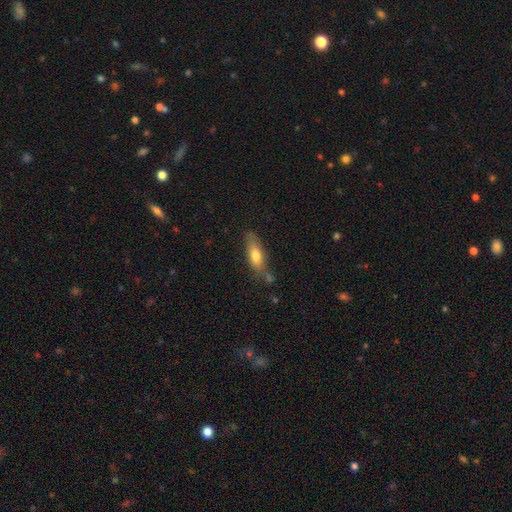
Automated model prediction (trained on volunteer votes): Smooth or featured? Predicted: smooth (p=0.71). How rounded? Predicted: in between (p=0.57). Merging? Predicted: none (p=0.64).